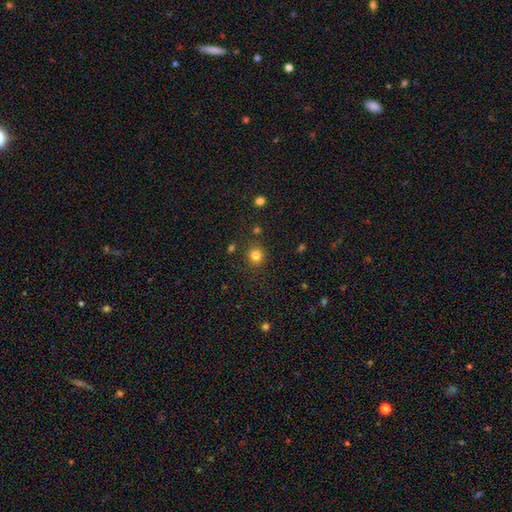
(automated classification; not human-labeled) Q: Smooth or featured?
A: smooth (82%); runner-up: star or artifact (13%)
Q: How rounded?
A: round (88%); runner-up: in between (11%)
Q: Merging?
A: none (85%); runner-up: minor disturbance (8%)